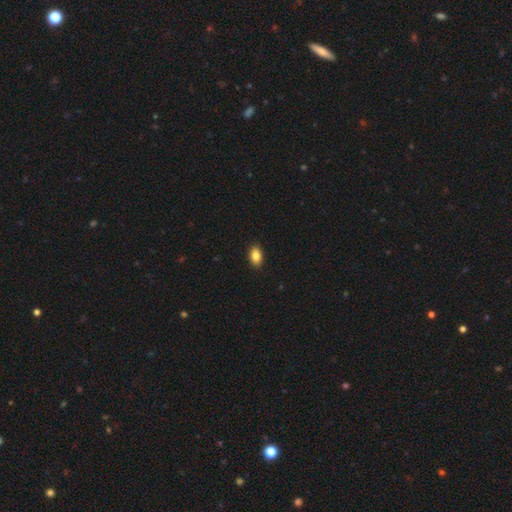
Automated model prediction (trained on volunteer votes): This is clearly a smooth galaxy (87%). How rounded: clearly in between (89%). Merging: clearly none (90%).